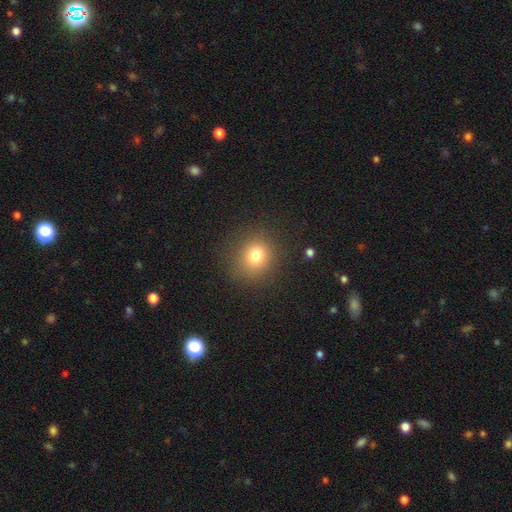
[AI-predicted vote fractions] smooth 77%, star or artifact 14%, featured or disk 8%. Down the decision tree: how rounded — round (84%); merging — none (87%).